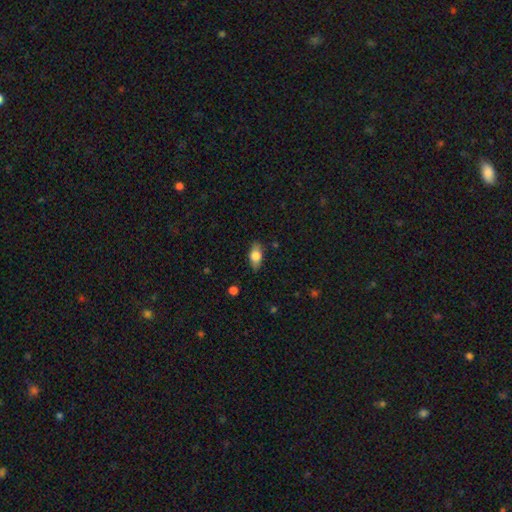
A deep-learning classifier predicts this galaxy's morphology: Smooth or featured? Predicted: smooth (p=0.69). How rounded? Predicted: in between (p=0.84). Merging? Predicted: none (p=0.81).